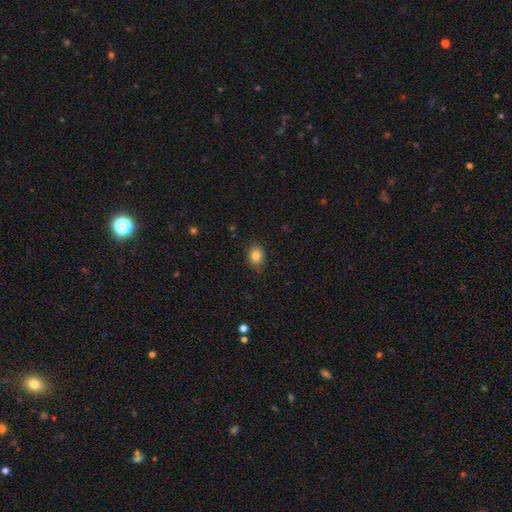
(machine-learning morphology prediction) Overall: smooth (83%). How rounded: round (51%; in between 48%). Merging: none (87%).